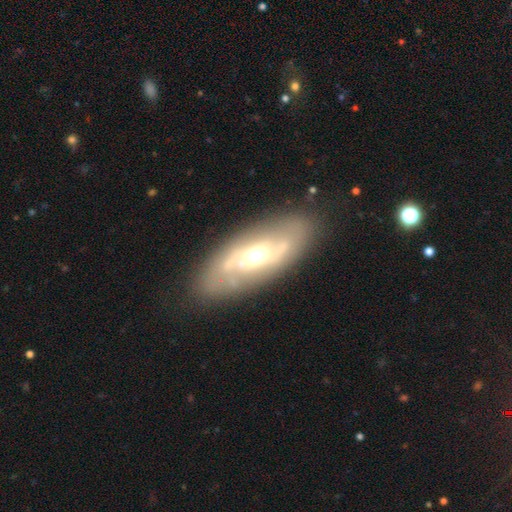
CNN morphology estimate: Overall: featured or disk (70%). Edge-on disk: no (86%). Bar: no (48%; weak 35%). Spiral arms: yes (64%; no 36%). Bulge size: moderate (69%). Merging: none (81%).